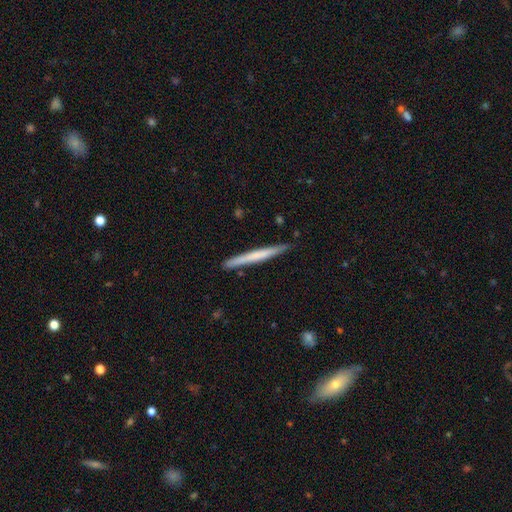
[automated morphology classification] Q: Smooth or featured?
A: smooth (53%); runner-up: featured or disk (41%)
Q: How rounded?
A: cigar-shaped (97%); runner-up: in between (2%)
Q: Merging?
A: none (88%); runner-up: minor disturbance (9%)